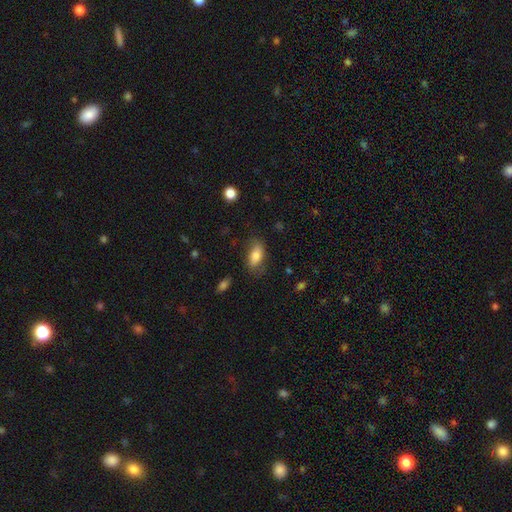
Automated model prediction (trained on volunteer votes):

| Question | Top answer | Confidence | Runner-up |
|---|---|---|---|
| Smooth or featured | smooth | 77% | featured or disk (15%) |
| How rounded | in between | 88% | cigar-shaped (8%) |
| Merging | none | 70% | minor disturbance (21%) |